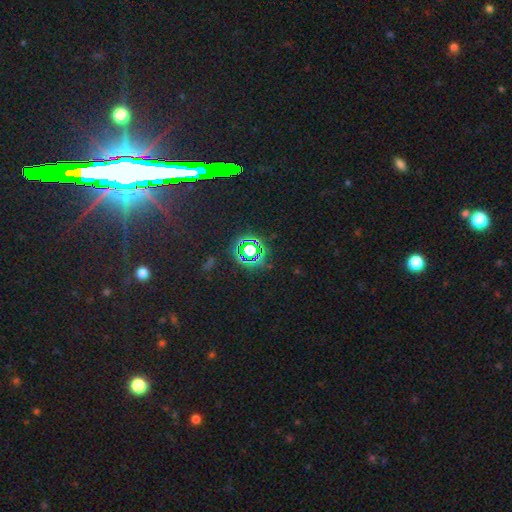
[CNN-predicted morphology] star or artifact 80%, smooth 11%, featured or disk 9%.